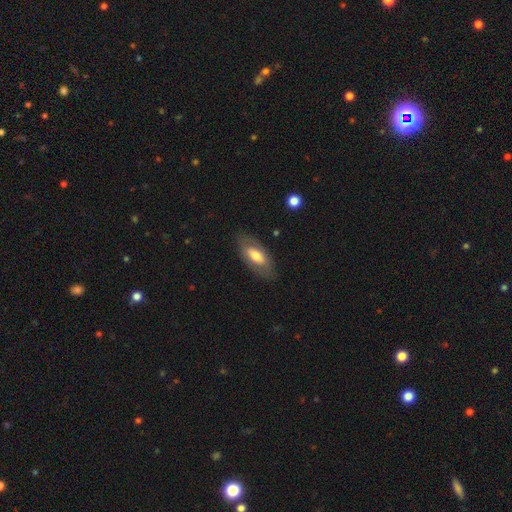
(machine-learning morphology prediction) type=smooth (62%); roundness=in between (87%); merging=none (80%).